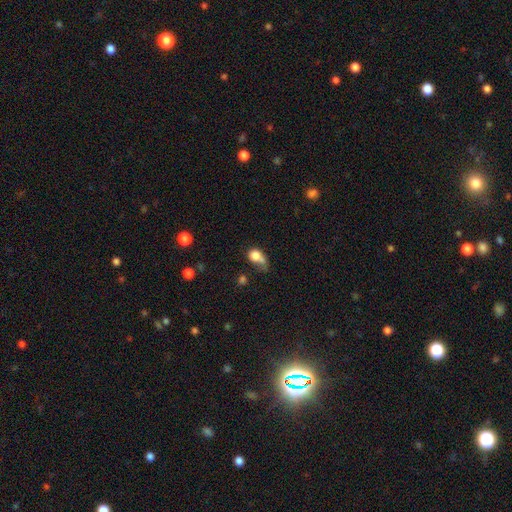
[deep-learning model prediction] This is likely a smooth galaxy (76%). How rounded: possibly round (54%). Merging: marginally merger (32%).